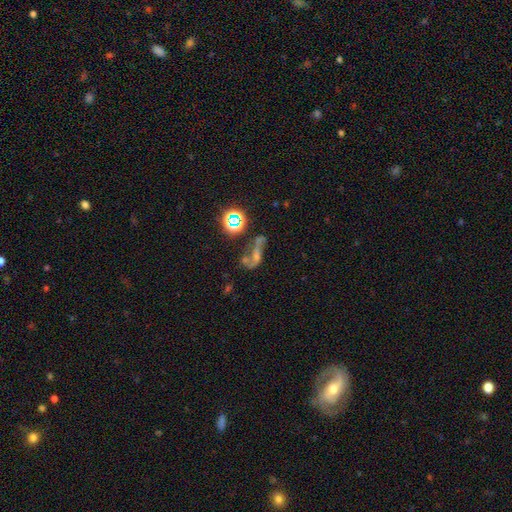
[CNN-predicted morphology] smooth_or_featured: featured or disk (p=0.50) [alt: star or artifact p=0.25]
disk_edge_on: no (p=0.90) [alt: yes p=0.10]
merging: none (p=0.34) [alt: major disturbance p=0.27]